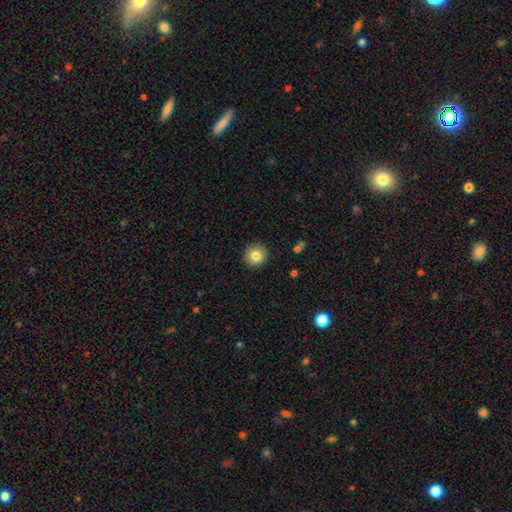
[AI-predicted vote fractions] A smooth galaxy with no disk features (83%) that is round (94%).

Vote fractions:
- Smooth or featured? smooth: 83% / star or artifact: 9% / featured or disk: 8%
- How rounded? round: 94% / in between: 5% / cigar-shaped: 1%
- Merging? none: 92% / minor disturbance: 5% / major disturbance: 2% / merger: 1%